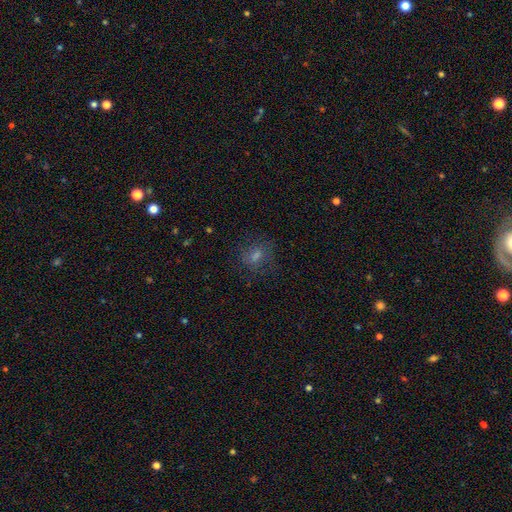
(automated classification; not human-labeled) smooth_or_featured: smooth (p=0.54) [alt: star or artifact p=0.27]
how_rounded: round (p=0.60) [alt: in between p=0.38]
merging: none (p=0.74) [alt: minor disturbance p=0.15]